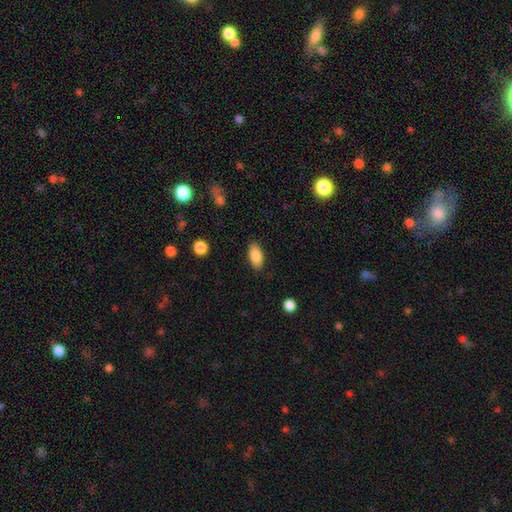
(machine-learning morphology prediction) smooth-or-featured: smooth: 86% | featured or disk: 7% | star or artifact: 7%
  how-rounded: in between: 89% | cigar-shaped: 8% | round: 3%
  merging: none: 87% | minor disturbance: 10% | major disturbance: 2% | merger: 1%